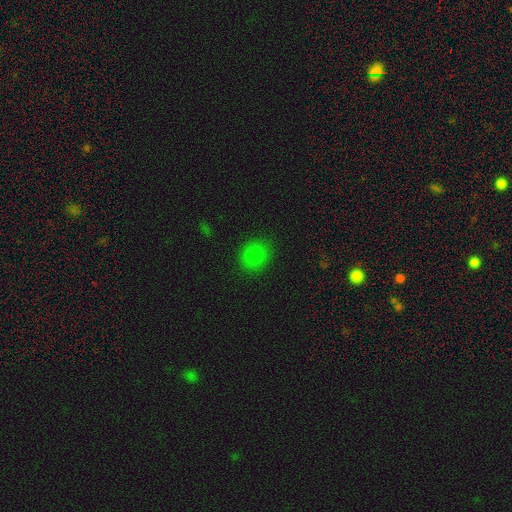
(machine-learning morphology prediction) Smooth or featured?
  - smooth: 78% *
  - star or artifact: 17%
  - featured or disk: 5%
How rounded?
  - round: 75% *
  - in between: 24%
  - cigar-shaped: 1%
Merging?
  - none: 85% *
  - minor disturbance: 11%
  - major disturbance: 3%
  - merger: 1%